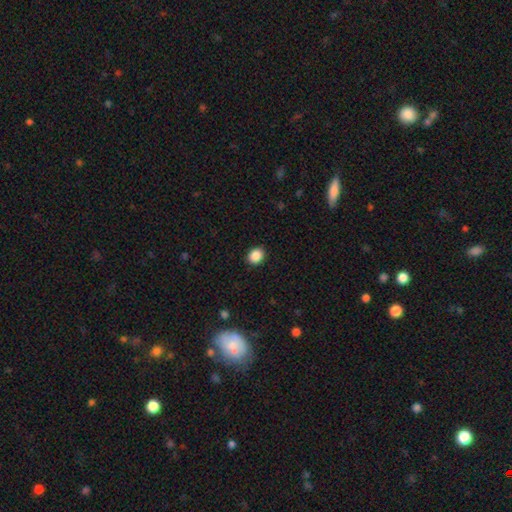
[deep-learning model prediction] A smooth galaxy with no disk features (88%) that is round (61%). Merging: none (90%).